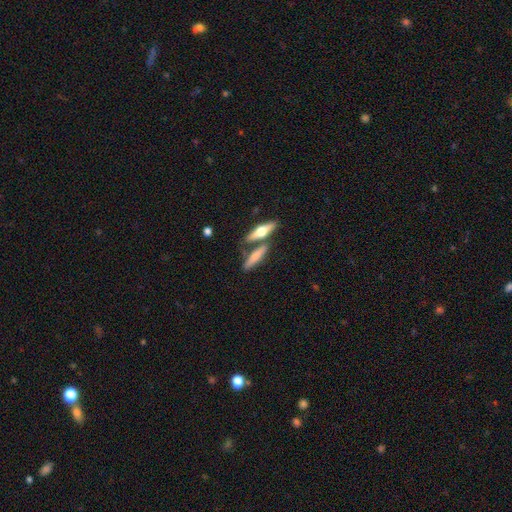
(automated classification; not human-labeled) Smooth or featured?
  - smooth: 59% *
  - featured or disk: 35%
  - star or artifact: 7%
How rounded?
  - cigar-shaped: 70% *
  - in between: 26%
  - round: 4%
Merging?
  - none: 60% *
  - merger: 24%
  - minor disturbance: 12%
  - major disturbance: 4%